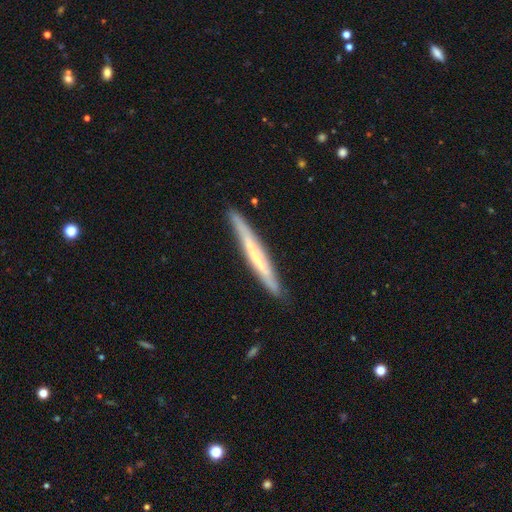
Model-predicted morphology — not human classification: featured or disk 56%, smooth 38%, star or artifact 6%. Down the decision tree: edge-on disk — yes (92%); edge-on bulge — none (71%); merging — none (87%).